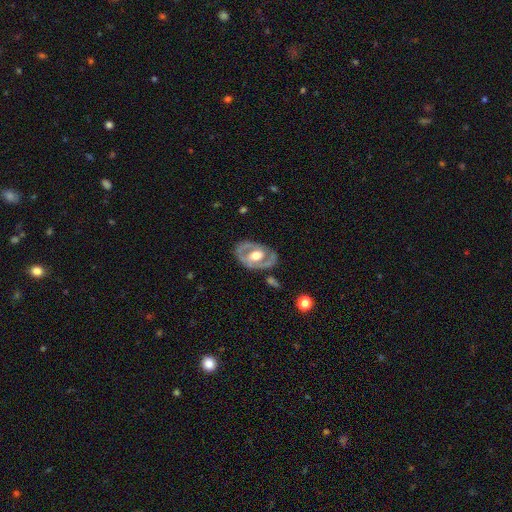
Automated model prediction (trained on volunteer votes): A featured or disk galaxy (78%) with no bar (52%), spiral arms (67%) and a moderate central bulge (65%).

Vote fractions:
- Smooth or featured? featured or disk: 78% / smooth: 17% / star or artifact: 4%
- Edge-on disk? no: 94% / yes: 6%
- Bar? no: 52% / weak: 32% / strong: 16%
- Spiral arms? yes: 67% / no: 33%
- Bulge size? moderate: 65% / large: 25% / small: 7% / dominant: 1% / none: 1%
- Merging? none: 74% / minor disturbance: 16% / major disturbance: 7% / merger: 2%